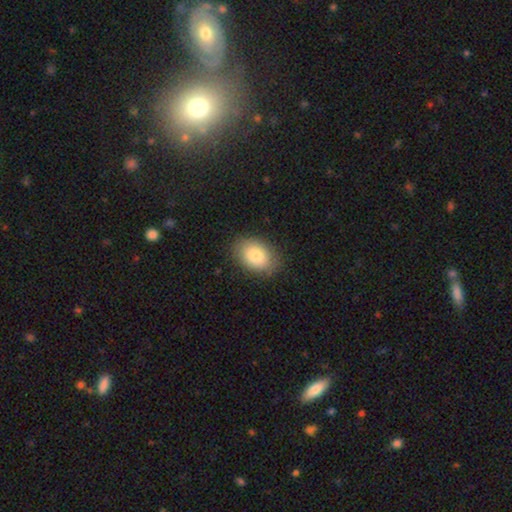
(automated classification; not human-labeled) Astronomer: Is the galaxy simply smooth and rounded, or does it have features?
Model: smooth — 82%.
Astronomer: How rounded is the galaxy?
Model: in between — 76%.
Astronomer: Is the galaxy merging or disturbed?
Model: none — 84%.